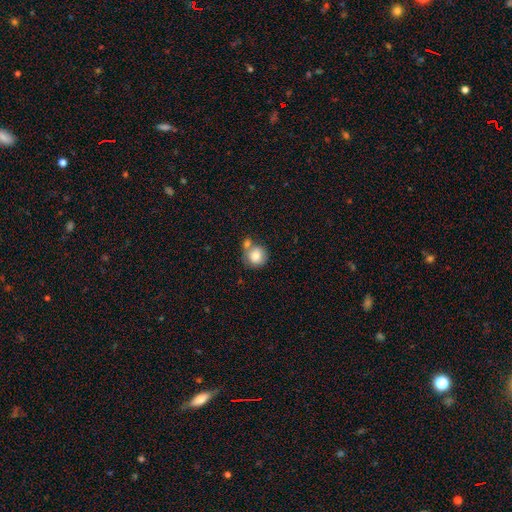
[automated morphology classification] A smooth galaxy with no disk features (80%) that is round (86%).

Vote fractions:
- Smooth or featured? smooth: 80% / featured or disk: 11% / star or artifact: 8%
- How rounded? round: 86% / in between: 13% / cigar-shaped: 1%
- Merging? none: 51% / merger: 31% / minor disturbance: 14% / major disturbance: 5%